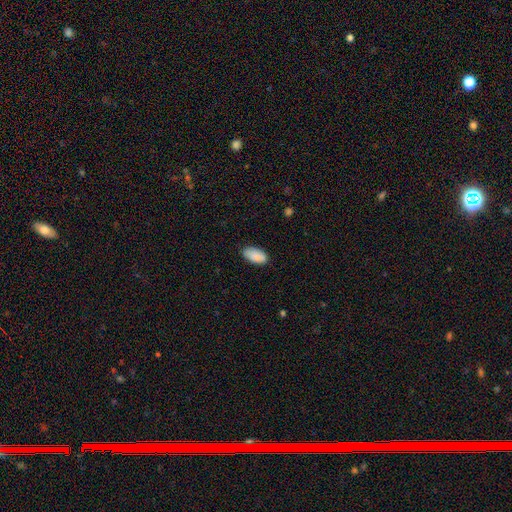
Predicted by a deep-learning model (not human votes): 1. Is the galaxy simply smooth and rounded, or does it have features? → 89% smooth, 6% star or artifact, 5% featured or disk.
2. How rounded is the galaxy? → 94% in between, 3% cigar-shaped, 2% round.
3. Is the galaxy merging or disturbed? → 83% none, 14% minor disturbance, 2% major disturbance, 1% merger.